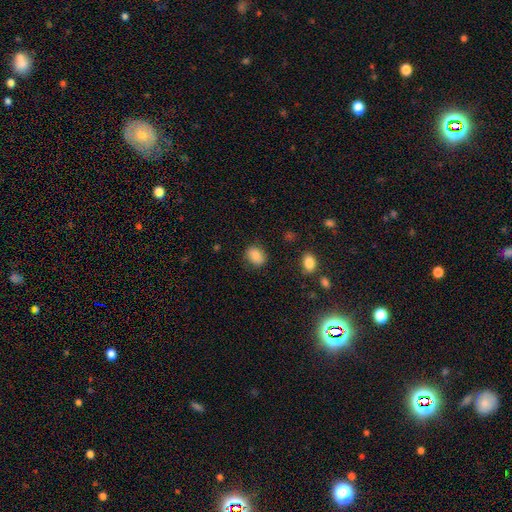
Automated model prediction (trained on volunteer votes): A smooth galaxy with no disk features (85%) that is in between round and cigar-shaped (58%).

Vote fractions:
- Smooth or featured? smooth: 85% / star or artifact: 9% / featured or disk: 6%
- How rounded? in between: 58% / round: 40% / cigar-shaped: 1%
- Merging? none: 82% / minor disturbance: 13% / major disturbance: 4% / merger: 2%